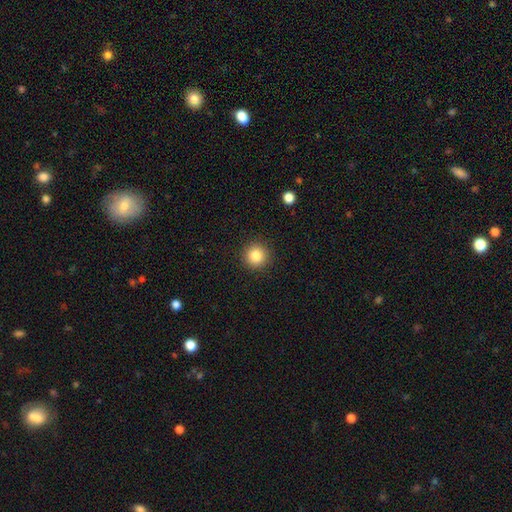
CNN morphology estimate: Smooth or featured? smooth (84%)
How rounded? round (95%)
Merging? none (92%)